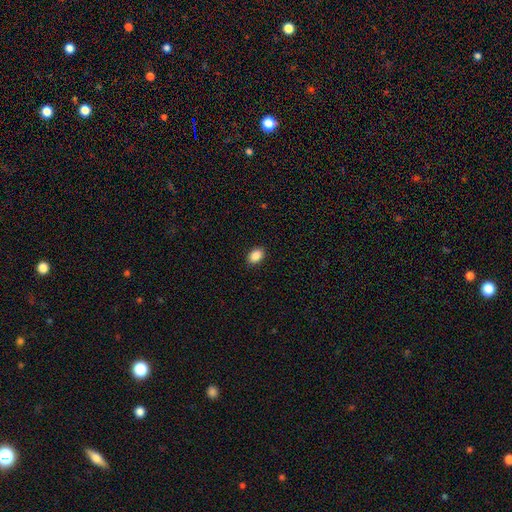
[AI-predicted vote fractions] smooth-or-featured: smooth: 89% | star or artifact: 8% | featured or disk: 3%
  how-rounded: in between: 83% | round: 15% | cigar-shaped: 1%
  merging: none: 90% | minor disturbance: 8% | major disturbance: 2% | merger: 1%